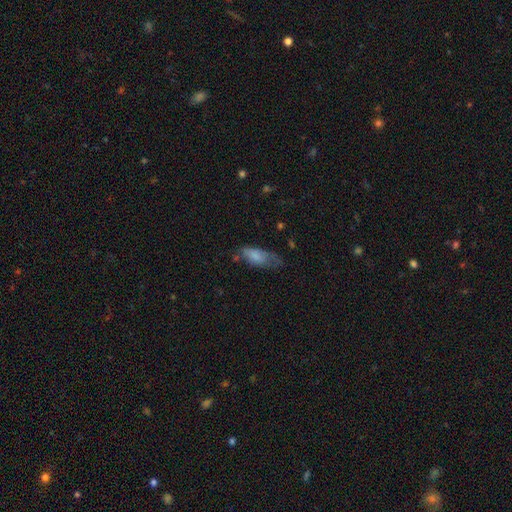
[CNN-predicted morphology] The model was most divided on "merging": minor disturbance: 36%, none: 34%, major disturbance: 26%, merger: 4%. More confident: how rounded — in between (78%); smooth or featured — smooth (74%).